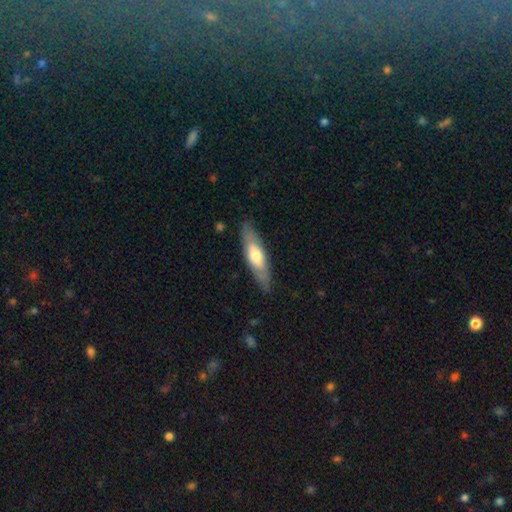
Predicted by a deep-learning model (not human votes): The model was most divided on "how rounded": cigar-shaped: 53%, in between: 45%, round: 2%. More confident: merging — none (83%); smooth or featured — smooth (51%).